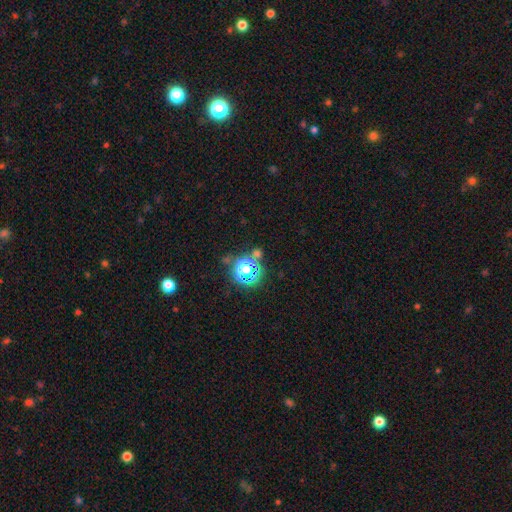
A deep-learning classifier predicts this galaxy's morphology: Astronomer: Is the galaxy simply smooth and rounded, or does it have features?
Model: star or artifact — 64%.